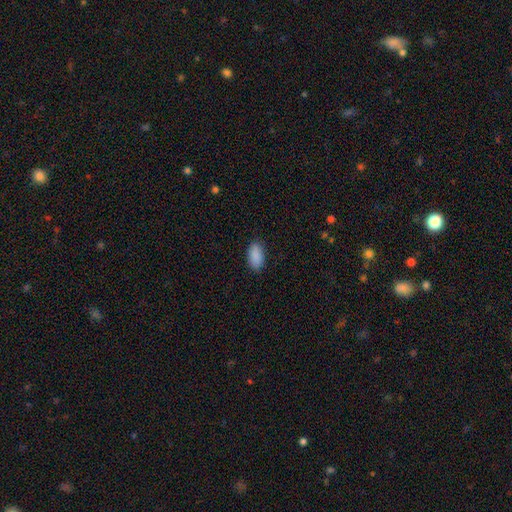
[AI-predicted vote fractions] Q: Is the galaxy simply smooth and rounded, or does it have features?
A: smooth — 90%.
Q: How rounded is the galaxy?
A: in between — 94%.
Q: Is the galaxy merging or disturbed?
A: none — 86%.